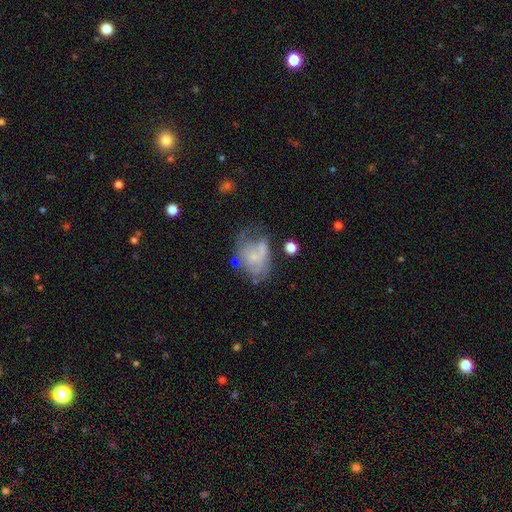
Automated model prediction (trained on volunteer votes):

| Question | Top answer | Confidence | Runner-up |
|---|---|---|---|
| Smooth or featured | featured or disk | 55% | smooth (35%) |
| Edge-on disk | no | 97% | yes (3%) |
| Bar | no | 81% | weak (17%) |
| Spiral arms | yes | 55% | no (45%) |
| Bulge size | small | 65% | none (18%) |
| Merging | major disturbance | 33% | none (31%) |